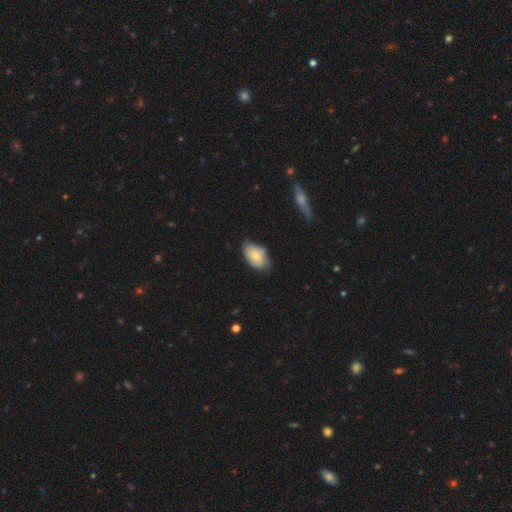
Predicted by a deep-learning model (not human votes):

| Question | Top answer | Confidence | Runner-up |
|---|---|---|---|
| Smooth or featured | smooth | 66% | featured or disk (28%) |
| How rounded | in between | 91% | round (7%) |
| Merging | none | 58% | minor disturbance (33%) |